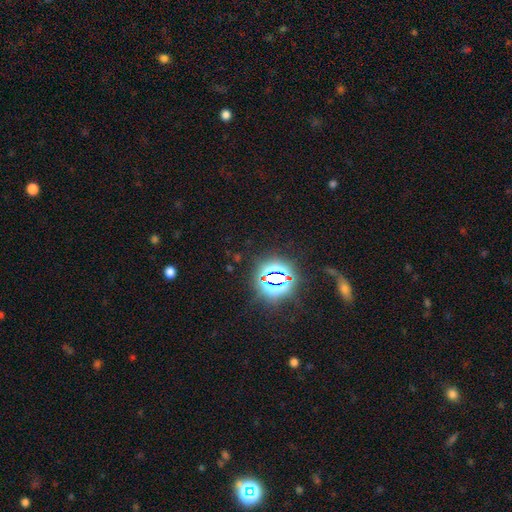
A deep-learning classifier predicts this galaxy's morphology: Smooth or featured: star or artifact — 80% (smooth — 12%)